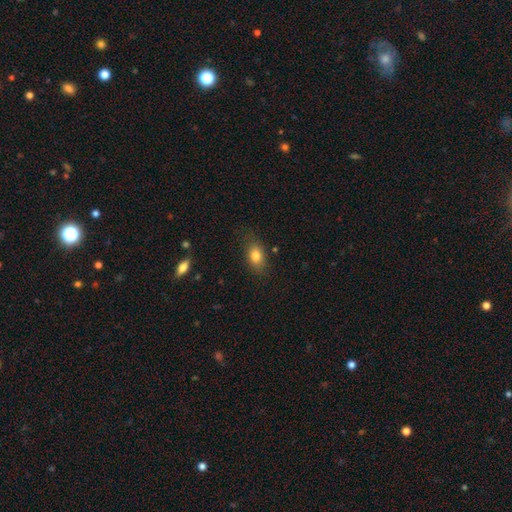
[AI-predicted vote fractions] This is clearly a smooth galaxy (81%). How rounded: clearly in between (81%). Merging: likely none (78%).